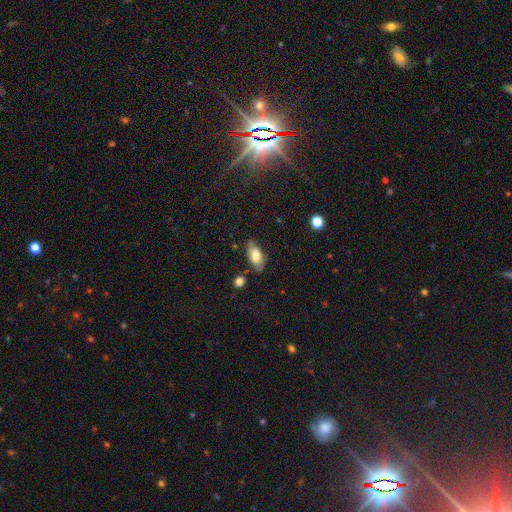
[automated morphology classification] Overall: smooth (67%). How rounded: in between (89%). Merging: none (72%).